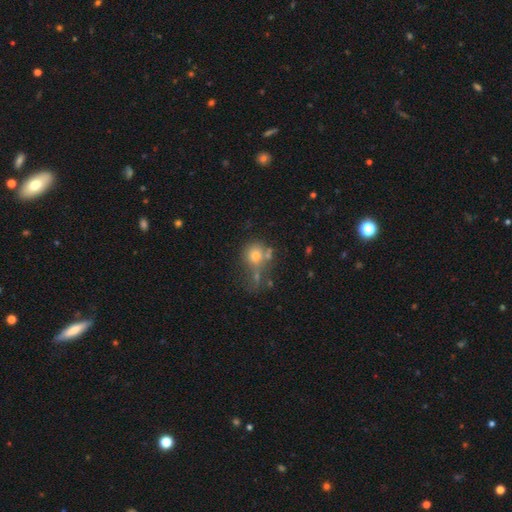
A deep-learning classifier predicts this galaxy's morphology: This appears to be a smooth galaxy with no disk features (69%) that is round (73%). Merging: none (36%).